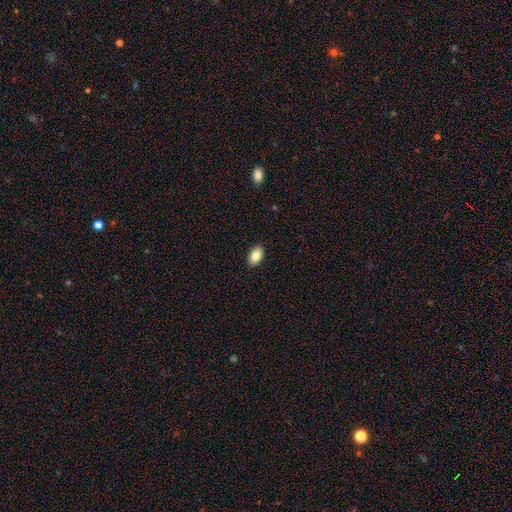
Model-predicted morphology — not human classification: Smooth or featured? Predicted: smooth (p=0.84). How rounded? Predicted: in between (p=0.92). Merging? Predicted: none (p=0.89).